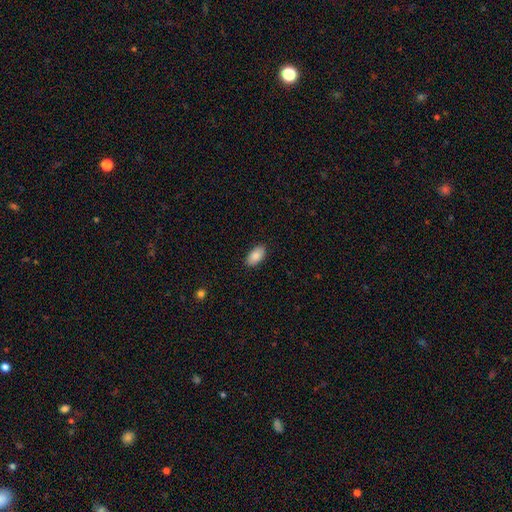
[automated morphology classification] smooth 88%, star or artifact 7%, featured or disk 5%. Down the decision tree: how rounded — in between (95%); merging — none (88%).